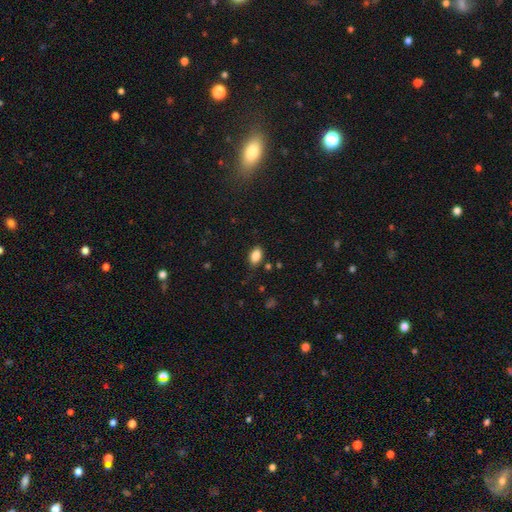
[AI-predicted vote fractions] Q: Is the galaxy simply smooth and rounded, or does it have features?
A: smooth — 86%.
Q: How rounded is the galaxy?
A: in between — 90%.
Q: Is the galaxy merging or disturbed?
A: none — 80%.